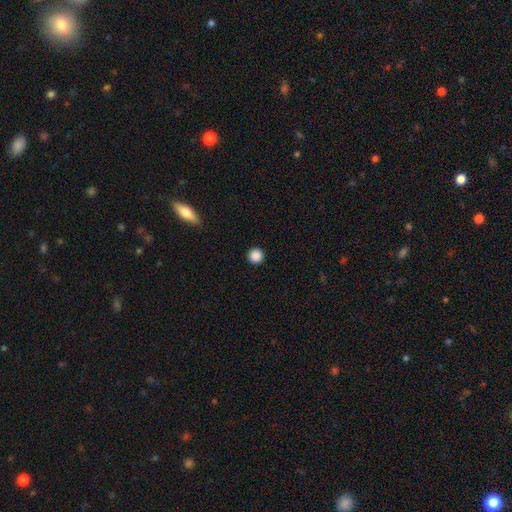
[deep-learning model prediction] smooth_or_featured: smooth (p=0.88) [alt: star or artifact p=0.09]
how_rounded: round (p=0.96) [alt: in between p=0.03]
merging: none (p=0.94) [alt: minor disturbance p=0.04]